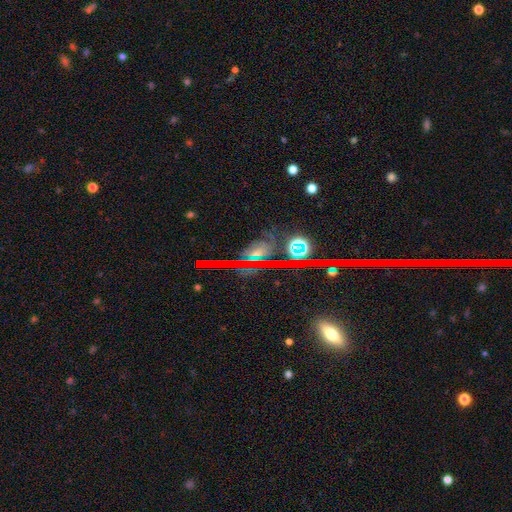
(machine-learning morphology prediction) Overall: star or artifact (51%; featured or disk 29%).